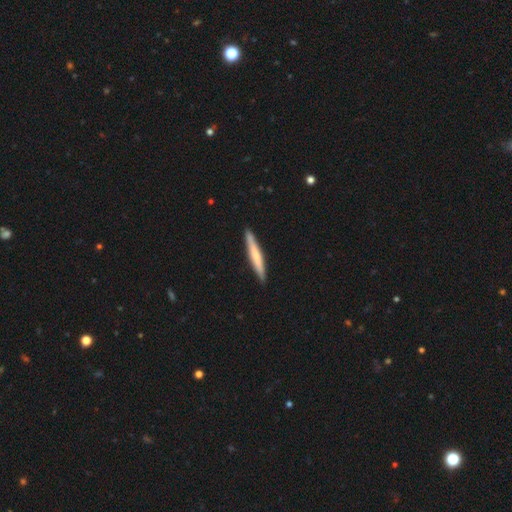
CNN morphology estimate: type=smooth (56%); roundness=cigar-shaped (95%); merging=none (90%).